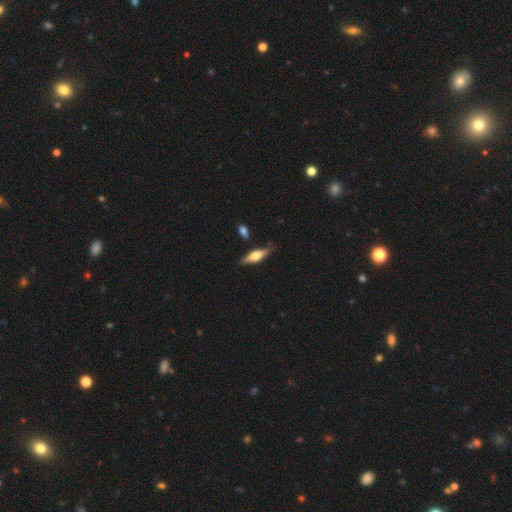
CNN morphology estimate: Smooth or featured: featured or disk — 51% (smooth — 42%)
Edge-on disk: yes — 92% (no — 8%)
Merging: none — 77% (minor disturbance — 16%)